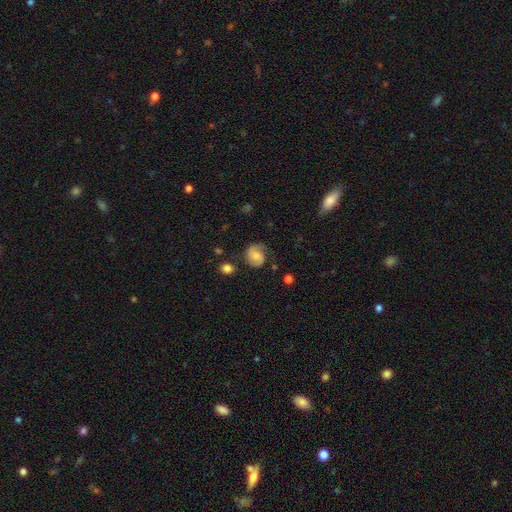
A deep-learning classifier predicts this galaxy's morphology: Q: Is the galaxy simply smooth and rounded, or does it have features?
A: featured or disk — 61%.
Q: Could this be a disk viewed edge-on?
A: no — 98%.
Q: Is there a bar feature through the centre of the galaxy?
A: no — 60%.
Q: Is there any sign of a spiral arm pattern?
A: yes — 92%.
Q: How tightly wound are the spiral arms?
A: medium — 44%.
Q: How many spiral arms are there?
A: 2 — 79%.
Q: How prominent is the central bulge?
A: moderate — 44%.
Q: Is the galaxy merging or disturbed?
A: none — 70%.